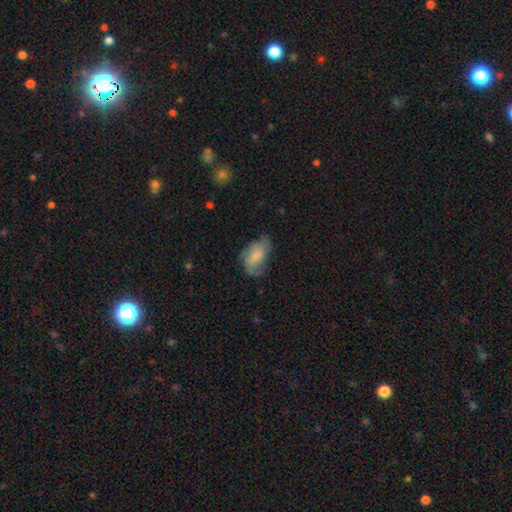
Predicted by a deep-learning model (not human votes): This appears to be a smooth galaxy with no disk features (63%) that is in between round and cigar-shaped (91%). Merging: none (45%).